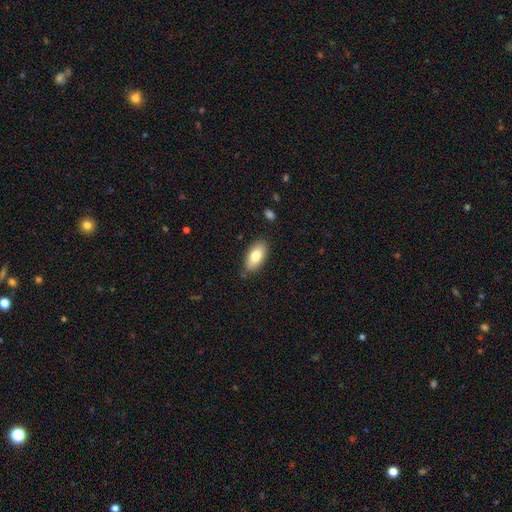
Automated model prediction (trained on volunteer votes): smooth-or-featured: smooth: 81% | featured or disk: 12% | star or artifact: 7%
  how-rounded: in between: 91% | cigar-shaped: 6% | round: 3%
  merging: none: 81% | minor disturbance: 14% | major disturbance: 3% | merger: 2%